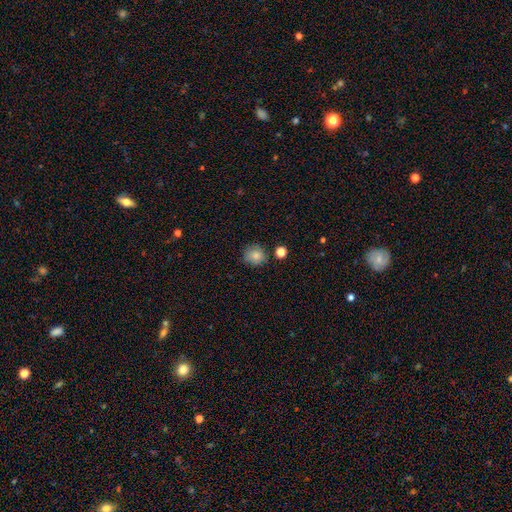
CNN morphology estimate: This is clearly a smooth galaxy (83%). How rounded: clearly round (85%). Merging: likely none (79%).